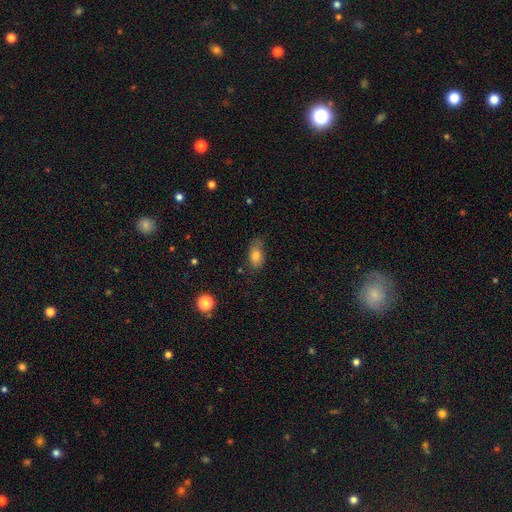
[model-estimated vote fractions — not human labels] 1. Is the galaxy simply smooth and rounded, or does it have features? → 78% smooth, 13% featured or disk, 9% star or artifact.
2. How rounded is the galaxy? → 87% in between, 9% round, 4% cigar-shaped.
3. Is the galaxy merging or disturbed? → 60% none, 31% minor disturbance, 8% major disturbance, 2% merger.